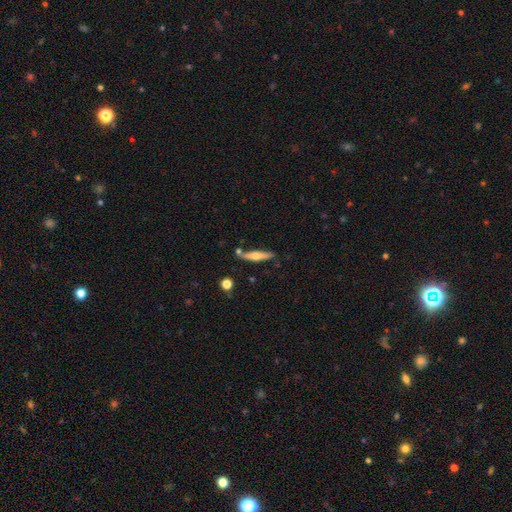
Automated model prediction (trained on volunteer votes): Q: Smooth or featured?
A: smooth (49%); runner-up: featured or disk (45%)
Q: Merging?
A: none (76%); runner-up: minor disturbance (13%)